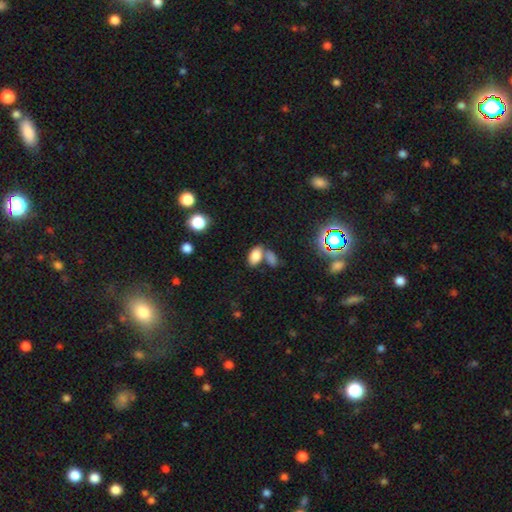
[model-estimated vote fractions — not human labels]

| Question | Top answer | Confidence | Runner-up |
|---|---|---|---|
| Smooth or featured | smooth | 79% | star or artifact (13%) |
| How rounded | in between | 91% | round (6%) |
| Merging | none | 47% | merger (37%) |